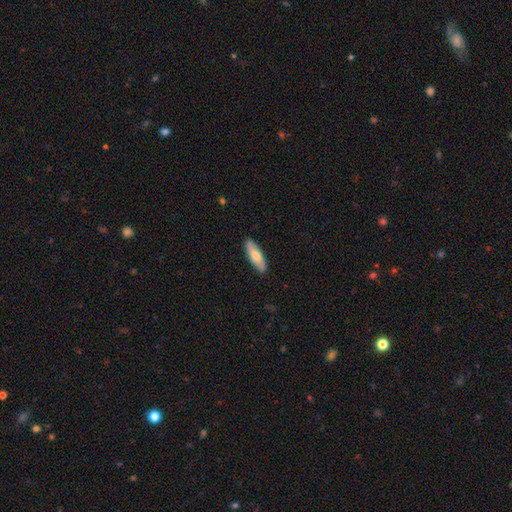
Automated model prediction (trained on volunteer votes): Overall: smooth (72%). How rounded: in between (53%; cigar-shaped 46%). Merging: none (88%).